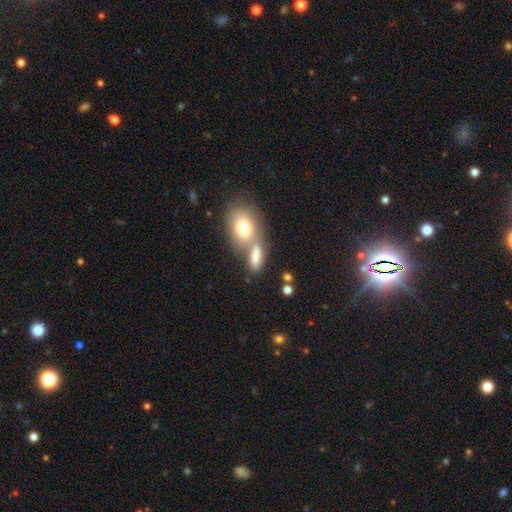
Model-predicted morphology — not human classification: A smooth galaxy with no disk features (79%) that is in between round and cigar-shaped (76%). Merging: merger (48%).